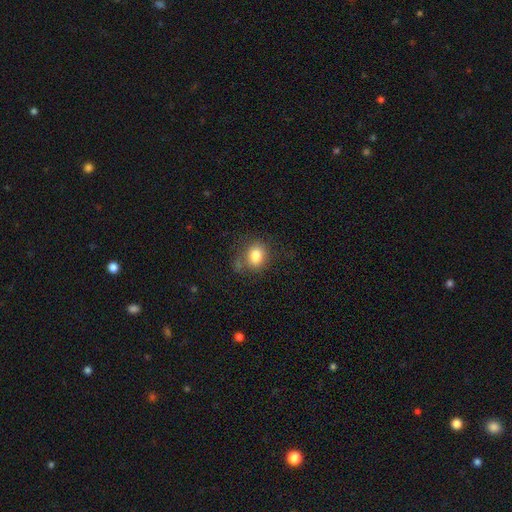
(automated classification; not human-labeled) Smooth or featured? Predicted: smooth (p=0.81). How rounded? Predicted: round (p=0.55). Merging? Predicted: none (p=0.66).